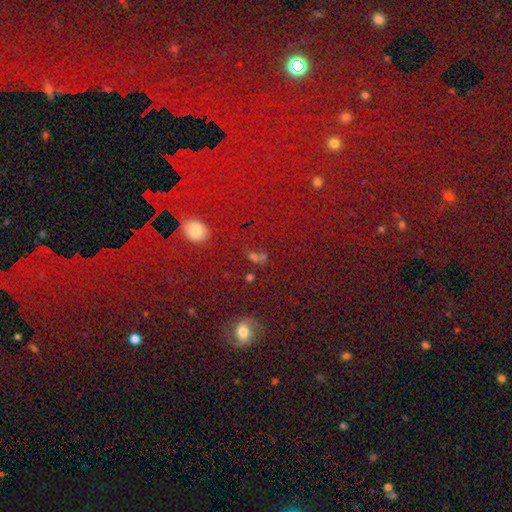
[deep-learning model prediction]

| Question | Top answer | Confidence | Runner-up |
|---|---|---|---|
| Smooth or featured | star or artifact | 45% | smooth (43%) |